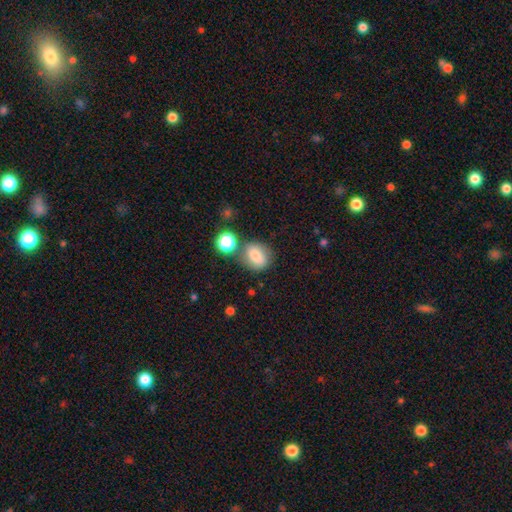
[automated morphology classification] Q: Smooth or featured?
A: smooth (76%); runner-up: featured or disk (13%)
Q: How rounded?
A: round (54%); runner-up: in between (44%)
Q: Merging?
A: none (67%); runner-up: minor disturbance (15%)